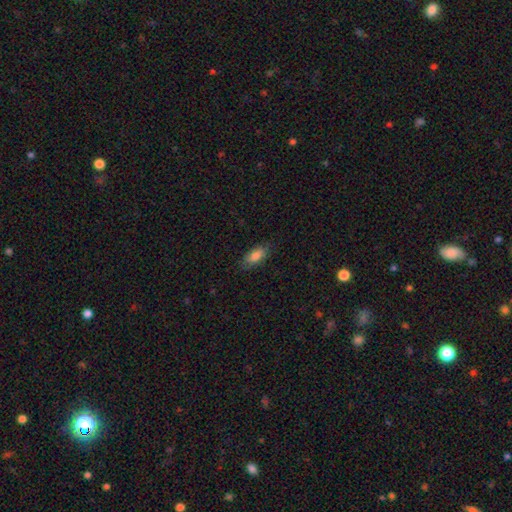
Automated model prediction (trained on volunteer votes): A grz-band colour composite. It shows a smooth galaxy with no disk features (82%) that is in between round and cigar-shaped (86%). Merging: none (80%).